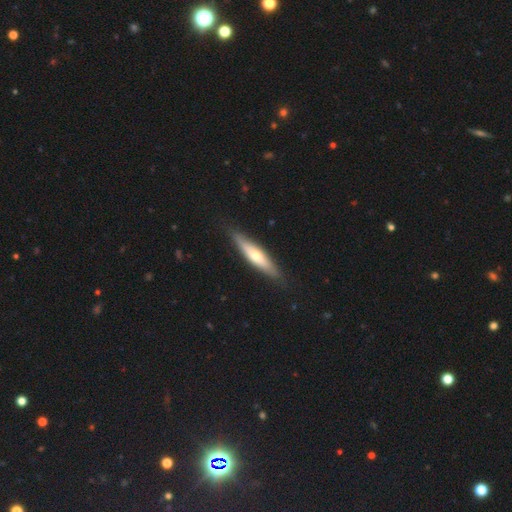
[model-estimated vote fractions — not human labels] Smooth or featured?
  - featured or disk: 49% *
  - smooth: 46%
  - star or artifact: 5%
Merging?
  - none: 86% *
  - minor disturbance: 11%
  - major disturbance: 2%
  - merger: 1%